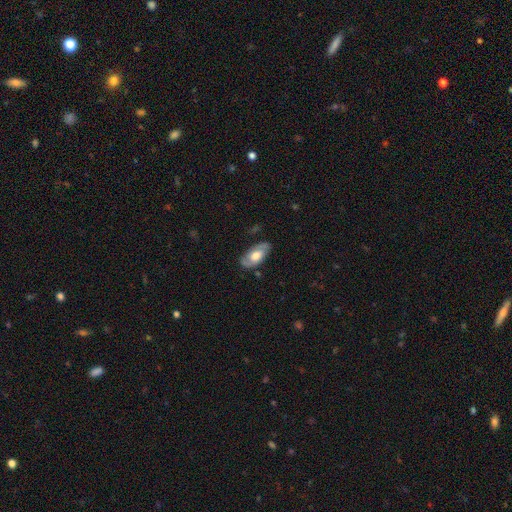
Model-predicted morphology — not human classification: This is possibly a featured or disk galaxy (57%). It is clearly not viewed edge-on (88%). Merging: likely none (78%).